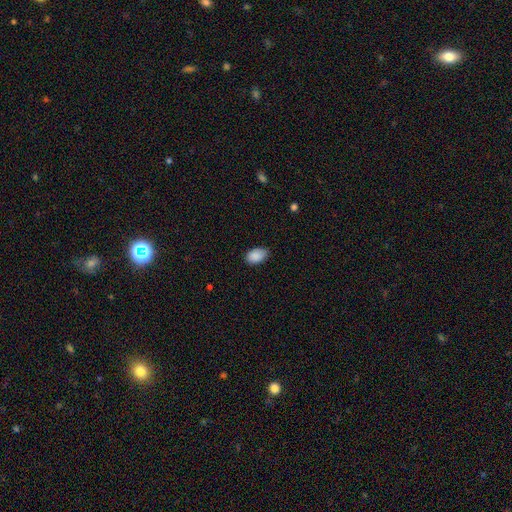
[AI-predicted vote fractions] smooth_or_featured: smooth (p=0.89) [alt: star or artifact p=0.07]
how_rounded: in between (p=0.91) [alt: round p=0.08]
merging: none (p=0.77) [alt: minor disturbance p=0.20]